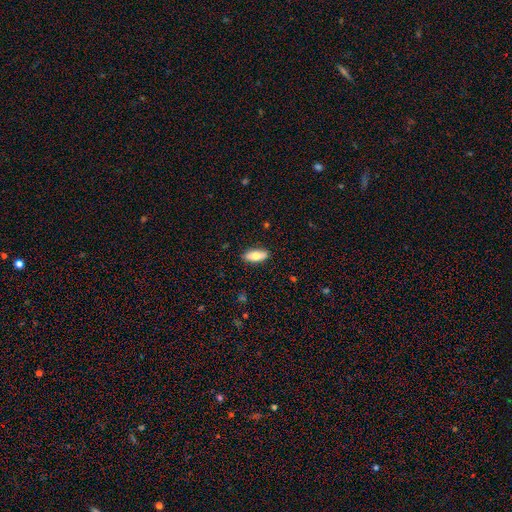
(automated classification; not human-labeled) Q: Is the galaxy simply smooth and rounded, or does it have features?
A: smooth — 75%.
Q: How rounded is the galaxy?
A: in between — 85%.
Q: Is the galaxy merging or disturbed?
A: none — 88%.